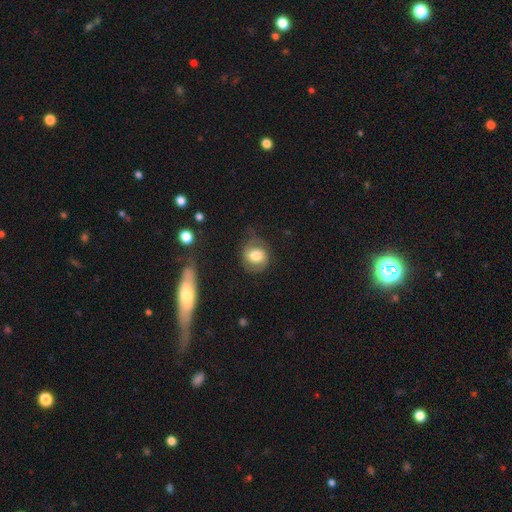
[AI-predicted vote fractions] A smooth galaxy with no disk features (56%) that is round (71%).

Vote fractions:
- Smooth or featured? smooth: 56% / featured or disk: 37% / star or artifact: 7%
- How rounded? round: 71% / in between: 28% / cigar-shaped: 1%
- Merging? none: 61% / minor disturbance: 24% / major disturbance: 13% / merger: 2%